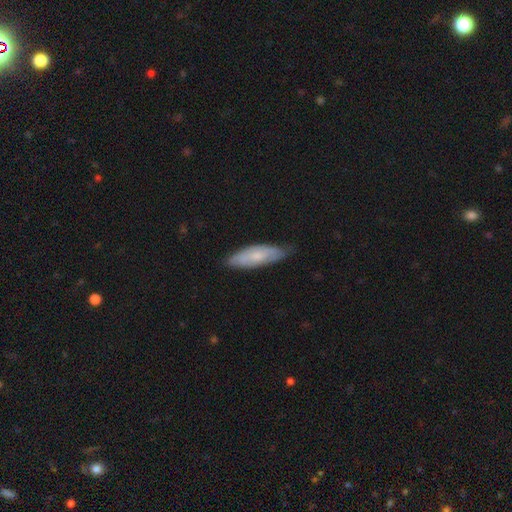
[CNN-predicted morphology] This is likely a smooth galaxy (60%). How rounded: possibly in between (56%). Merging: likely none (73%).